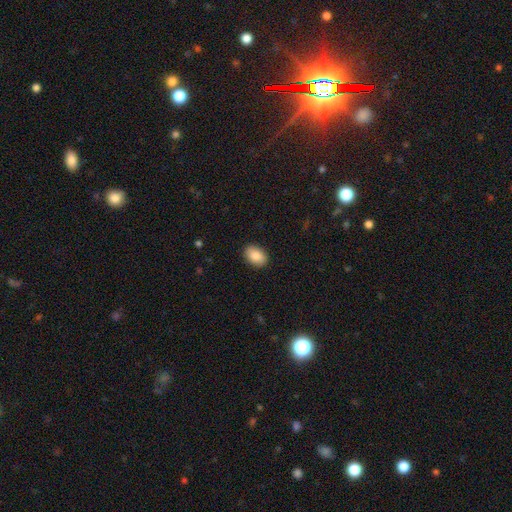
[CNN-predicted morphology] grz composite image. It shows a smooth galaxy with no disk features (88%) that is in between round and cigar-shaped (85%). Merging: none (89%).